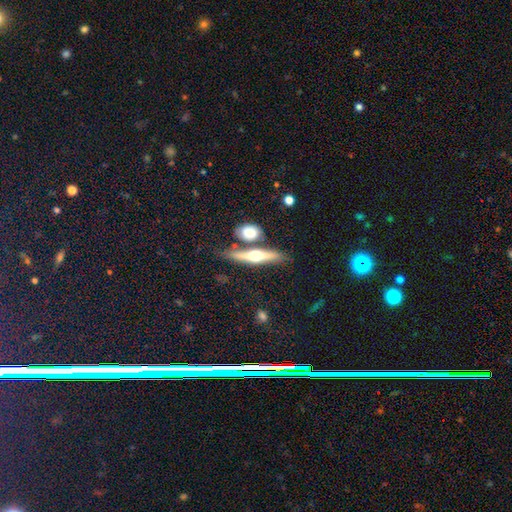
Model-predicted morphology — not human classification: This is possibly a featured or disk galaxy (60%). It is clearly viewed edge-on (94%). Edge-on bulge: clearly rounded (93%). Merging: likely none (70%).